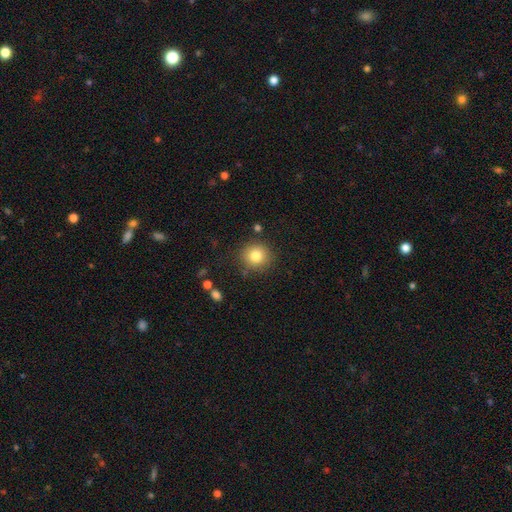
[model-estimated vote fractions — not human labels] Smooth or featured? Predicted: smooth (p=0.81). How rounded? Predicted: round (p=0.91). Merging? Predicted: none (p=0.85).